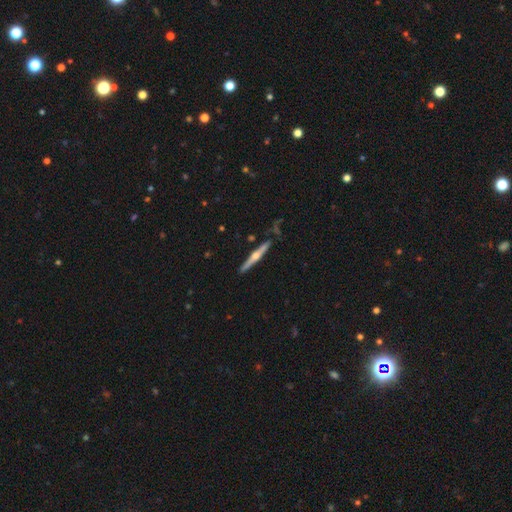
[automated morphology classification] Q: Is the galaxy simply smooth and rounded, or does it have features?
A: featured or disk — 73%.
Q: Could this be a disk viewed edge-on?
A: yes — 98%.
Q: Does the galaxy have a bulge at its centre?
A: rounded — 90%.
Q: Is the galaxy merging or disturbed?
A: none — 85%.